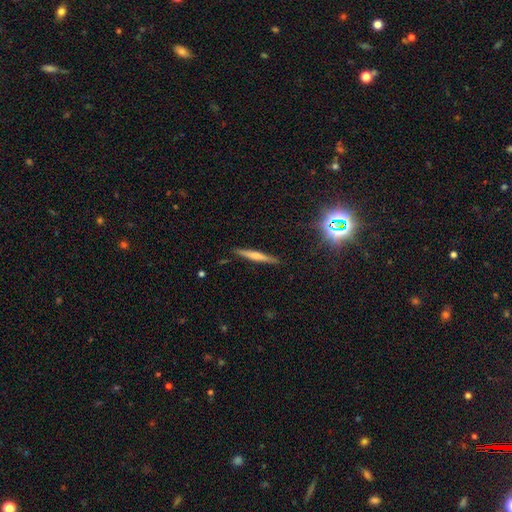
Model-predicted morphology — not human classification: This appears to be a featured or disk galaxy (47%). Merging: none (90%).